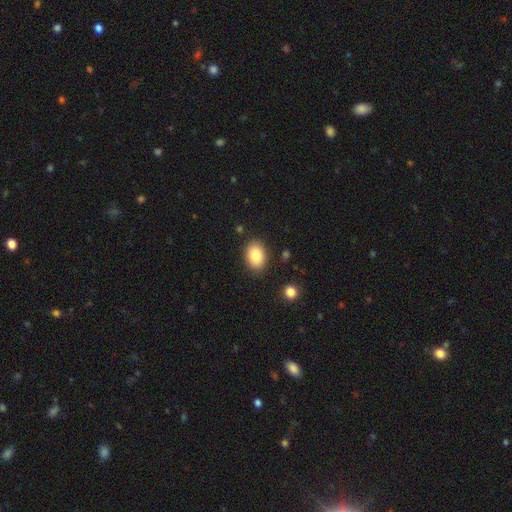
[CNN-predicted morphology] This is clearly a smooth galaxy (85%). How rounded: clearly in between (80%). Merging: clearly none (85%).